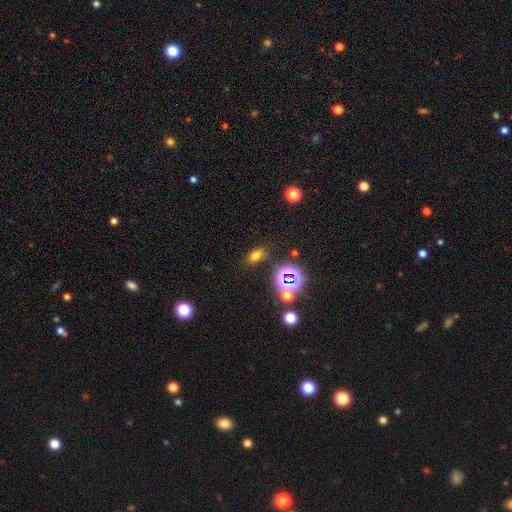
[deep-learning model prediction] Overall: smooth (64%; star or artifact 27%). How rounded: in between (78%). Merging: none (79%).